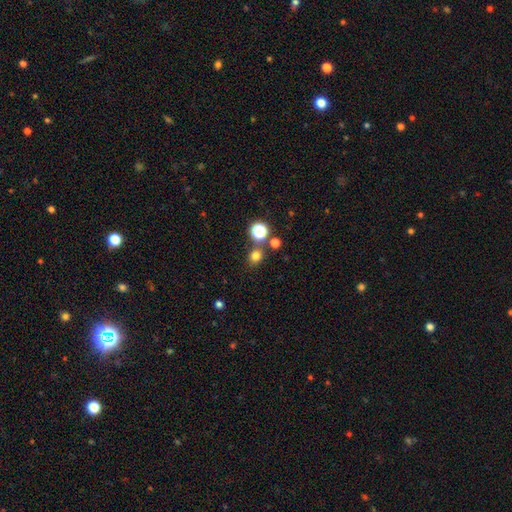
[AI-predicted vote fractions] Morphology: type=smooth (75%); roundness=round (76%); merging=none (76%).